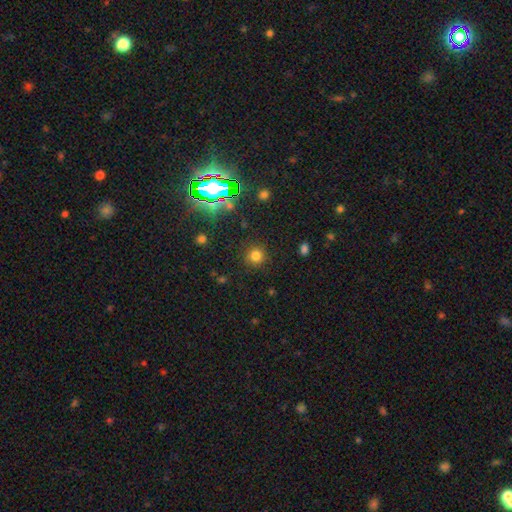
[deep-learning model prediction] Overall: smooth (75%). How rounded: round (93%). Merging: none (88%).